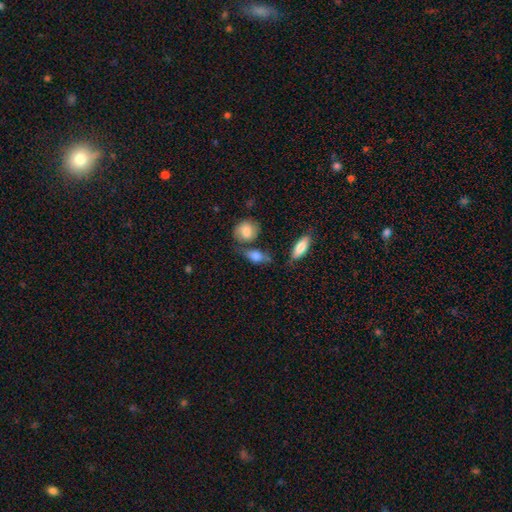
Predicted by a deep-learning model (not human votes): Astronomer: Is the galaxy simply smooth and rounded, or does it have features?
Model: smooth — 71%.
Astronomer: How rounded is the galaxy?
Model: in between — 68%.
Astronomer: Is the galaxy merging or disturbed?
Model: none — 50%.